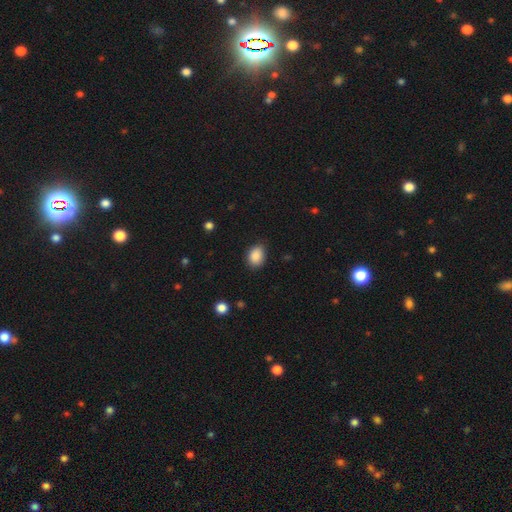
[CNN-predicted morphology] The model was most divided on "how rounded": in between: 68%, round: 32%, cigar-shaped: 1%. More confident: smooth or featured — smooth (88%); merging — none (80%).